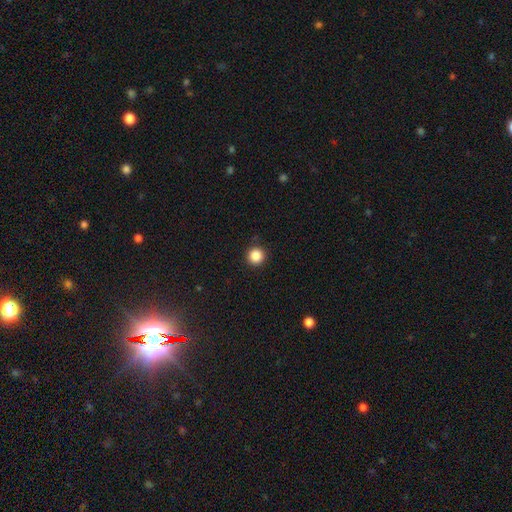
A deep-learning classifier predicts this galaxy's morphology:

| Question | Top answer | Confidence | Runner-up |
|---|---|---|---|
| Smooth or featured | smooth | 87% | star or artifact (10%) |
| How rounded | round | 96% | in between (3%) |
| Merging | none | 92% | minor disturbance (5%) |